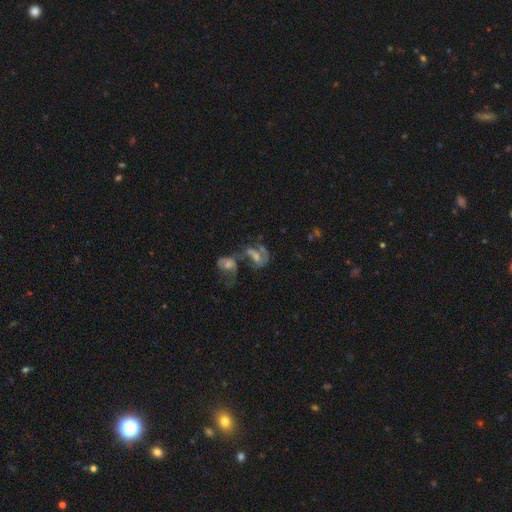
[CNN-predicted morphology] Smooth or featured? featured or disk (63%)
Edge-on disk? no (96%)
Bar? no (47%)
Spiral arms? yes (70%)
Bulge size? moderate (39%)
Merging? merger (58%)